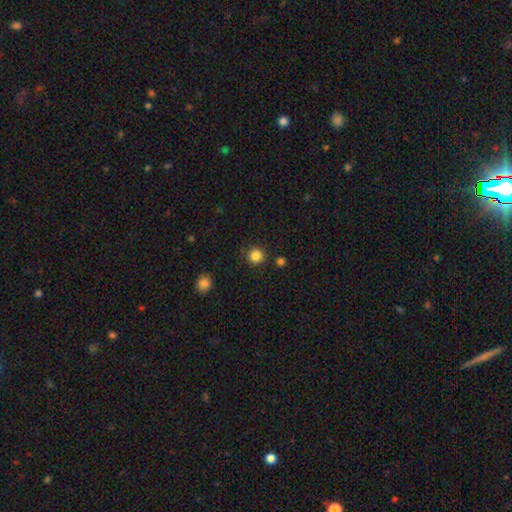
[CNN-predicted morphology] This is clearly a smooth galaxy (84%). How rounded: clearly round (93%). Merging: clearly none (88%).